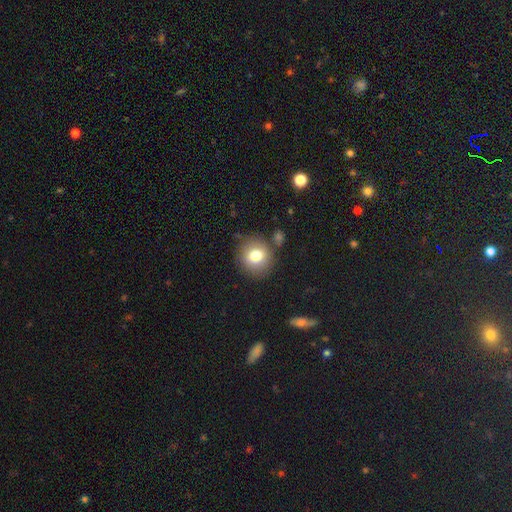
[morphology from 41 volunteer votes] Overall: smooth (85%). How rounded: round (94%). Merging: none (82%).